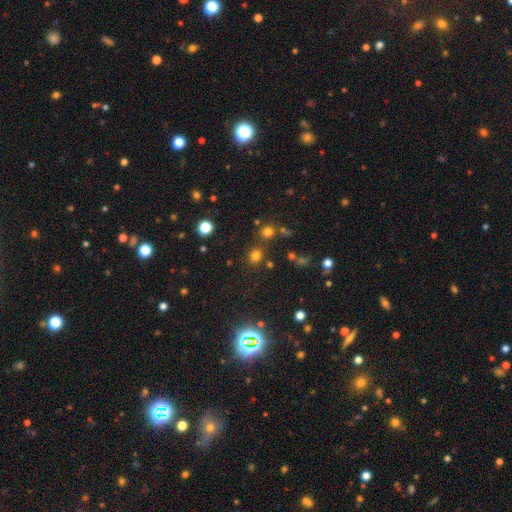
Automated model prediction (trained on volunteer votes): A smooth galaxy with no disk features (73%) that is round (84%). Merging: none (80%).